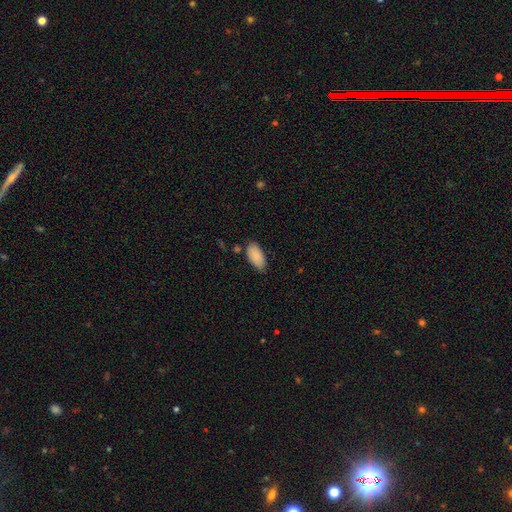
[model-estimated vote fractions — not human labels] A smooth galaxy with no disk features (89%) that is in between round and cigar-shaped (93%). Merging: none (76%).